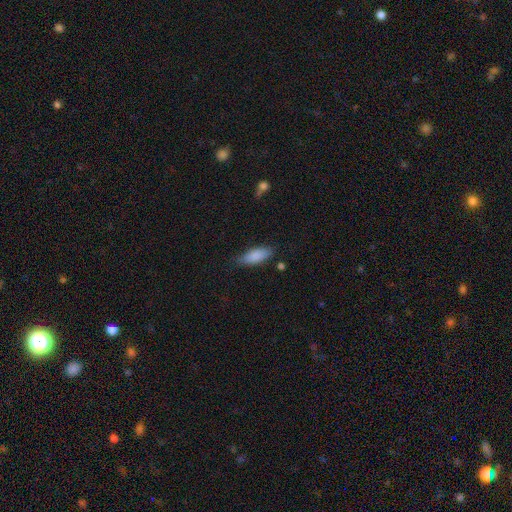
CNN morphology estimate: Smooth or featured? smooth (86%)
How rounded? in between (78%)
Merging? none (74%)